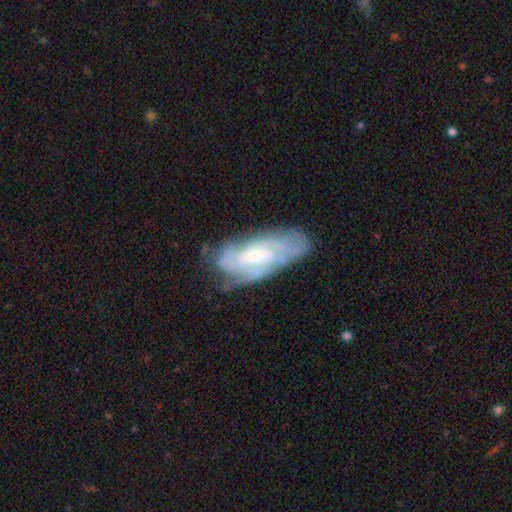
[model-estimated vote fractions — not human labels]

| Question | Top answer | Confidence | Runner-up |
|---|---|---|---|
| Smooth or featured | featured or disk | 75% | smooth (18%) |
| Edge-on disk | no | 91% | yes (9%) |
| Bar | no | 53% | weak (39%) |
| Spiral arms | yes | 85% | no (15%) |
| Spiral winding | tight | 59% | medium (32%) |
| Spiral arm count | can't tell | 52% | 2 (15%) |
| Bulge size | small | 52% | moderate (38%) |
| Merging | none | 64% | minor disturbance (24%) |